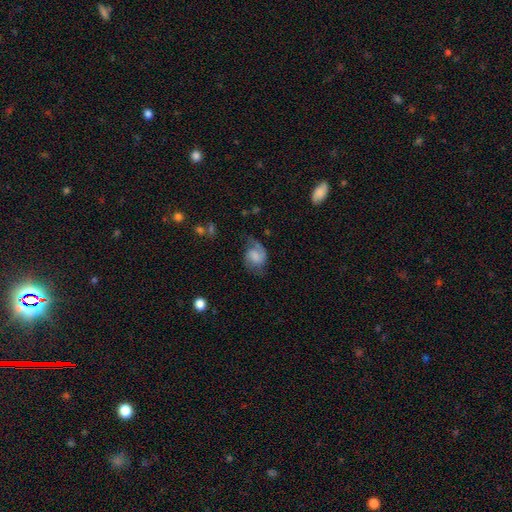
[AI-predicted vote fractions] Smooth or featured? Predicted: featured or disk (p=0.57). Edge-on disk? Predicted: no (p=0.97). Bar? Predicted: no (p=0.52). Spiral arms? Predicted: yes (p=0.90). Spiral winding? Predicted: medium (p=0.44). Spiral arm count? Predicted: 2 (p=0.68). Bulge size? Predicted: none (p=0.29). Merging? Predicted: none (p=0.50).